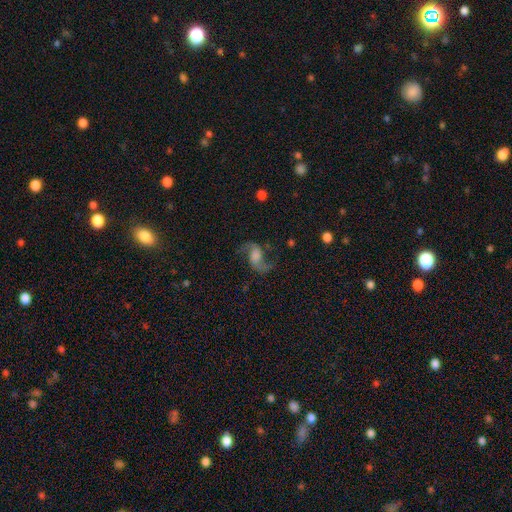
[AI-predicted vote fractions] Q: Smooth or featured?
A: featured or disk (85%); runner-up: smooth (8%)
Q: Edge-on disk?
A: no (97%); runner-up: yes (3%)
Q: Bar?
A: no (47%); runner-up: weak (40%)
Q: Spiral arms?
A: yes (97%); runner-up: no (3%)
Q: Spiral winding?
A: loose (69%); runner-up: medium (27%)
Q: Spiral arm count?
A: 2 (94%); runner-up: 1 (2%)
Q: Bulge size?
A: large (29%); runner-up: none (26%)
Q: Merging?
A: none (76%); runner-up: minor disturbance (13%)